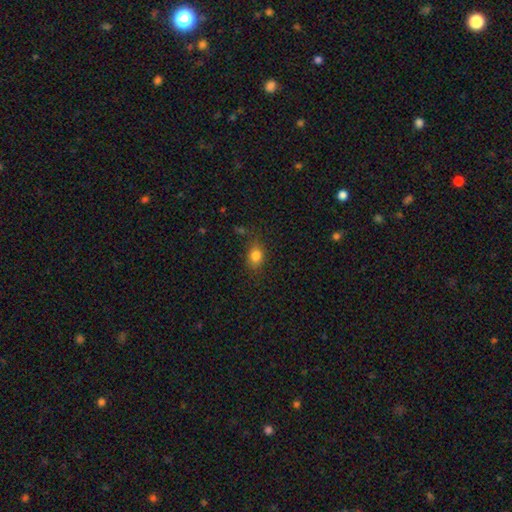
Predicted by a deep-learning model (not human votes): Smooth or featured?
  - smooth: 81% *
  - star or artifact: 11%
  - featured or disk: 7%
How rounded?
  - in between: 59% *
  - round: 39%
  - cigar-shaped: 2%
Merging?
  - none: 75% *
  - minor disturbance: 17%
  - major disturbance: 5%
  - merger: 2%